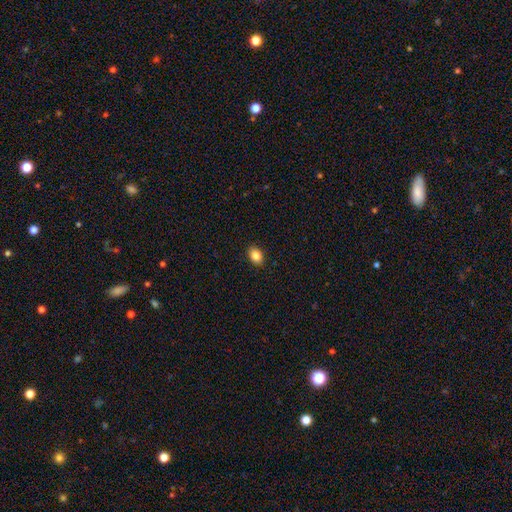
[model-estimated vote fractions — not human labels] Smooth or featured? smooth (85%)
How rounded? in between (75%)
Merging? none (90%)